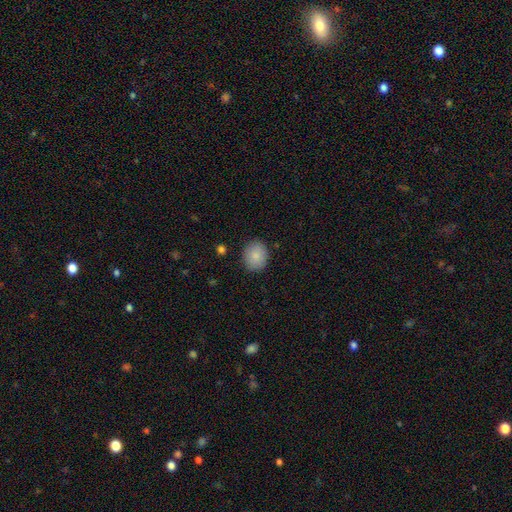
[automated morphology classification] This appears to be a smooth galaxy with no disk features (87%) that is round (56%). Merging: none (87%).